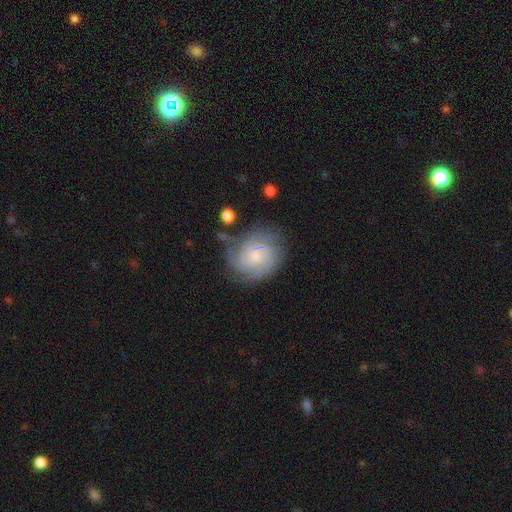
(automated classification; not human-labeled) Smooth or featured: featured or disk — 83% (smooth — 11%)
Edge-on disk: no — 98% (yes — 2%)
Bar: no — 72% (weak — 25%)
Spiral arms: yes — 97% (no — 3%)
Spiral winding: tight — 67% (medium — 27%)
Spiral arm count: 3 — 29% (can't tell — 26%)
Bulge size: small — 58% (moderate — 33%)
Merging: none — 68% (minor disturbance — 20%)